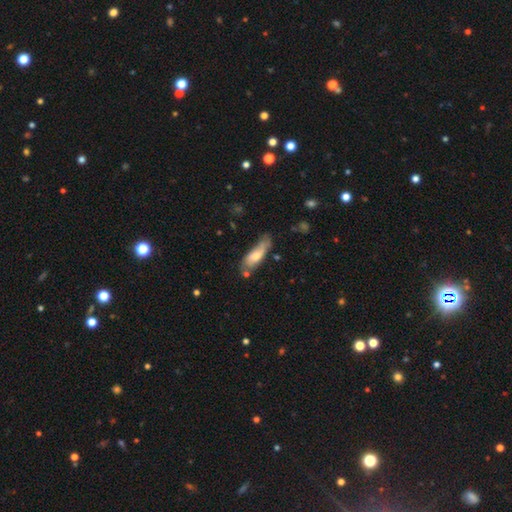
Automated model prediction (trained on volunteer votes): smooth_or_featured: smooth (p=0.61) [alt: featured or disk p=0.33]
how_rounded: in between (p=0.57) [alt: cigar-shaped p=0.41]
merging: none (p=0.52) [alt: minor disturbance p=0.31]